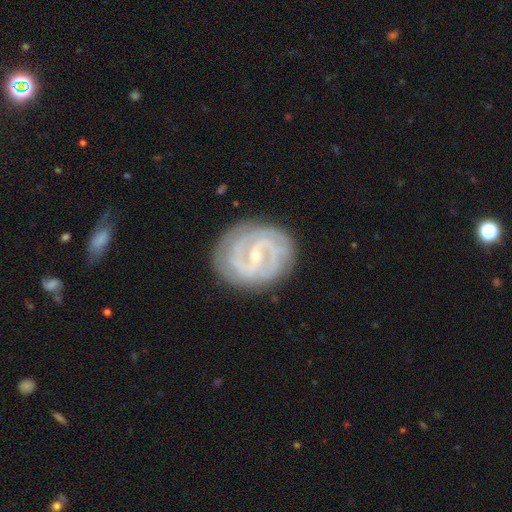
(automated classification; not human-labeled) featured or disk 88%, smooth 6%, star or artifact 5%. Down the decision tree: edge-on disk — no (97%); bar — weak (47%); spiral arms — yes (96%); spiral arm count — 2 (53%); spiral winding — tight (61%); bulge size — small (71%); merging — none (82%).